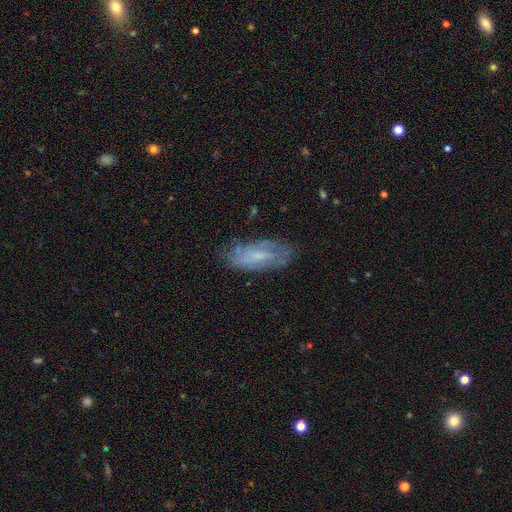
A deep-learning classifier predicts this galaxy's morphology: A featured or disk galaxy (51%).

Vote fractions:
- Smooth or featured? featured or disk: 51% / smooth: 41% / star or artifact: 8%
- Edge-on disk? no: 87% / yes: 13%
- Merging? none: 69% / minor disturbance: 22% / major disturbance: 7% / merger: 2%